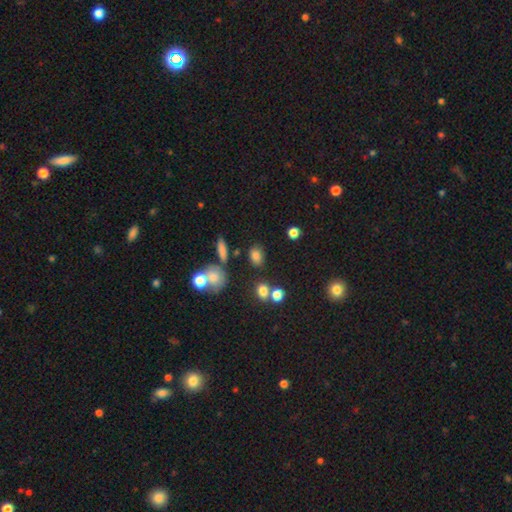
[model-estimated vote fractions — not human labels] Smooth or featured? smooth (79%)
How rounded? in between (69%)
Merging? none (70%)